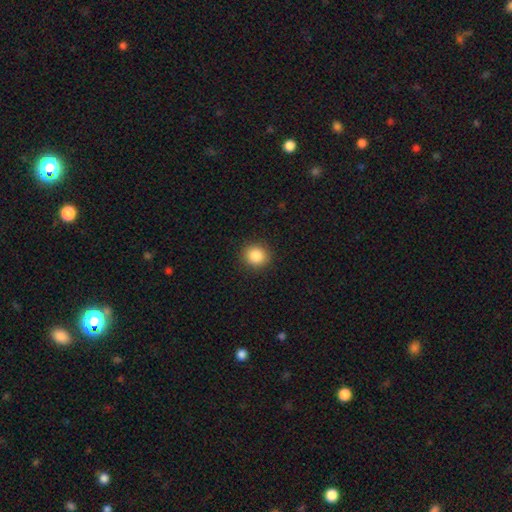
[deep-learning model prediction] Smooth or featured? Predicted: smooth (p=0.86). How rounded? Predicted: round (p=0.86). Merging? Predicted: none (p=0.91).